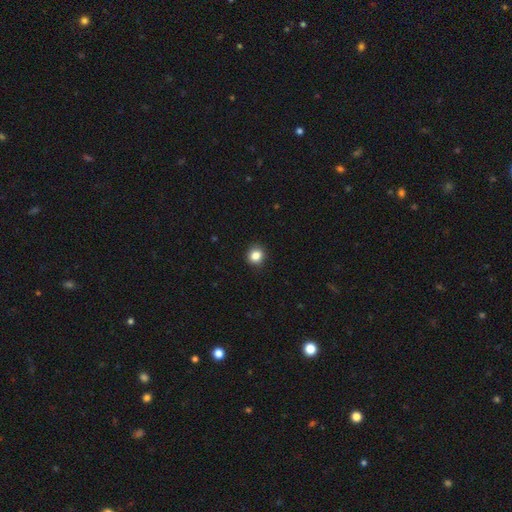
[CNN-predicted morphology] smooth 85%, star or artifact 11%, featured or disk 5%. Down the decision tree: how rounded — round (83%); merging — none (90%).